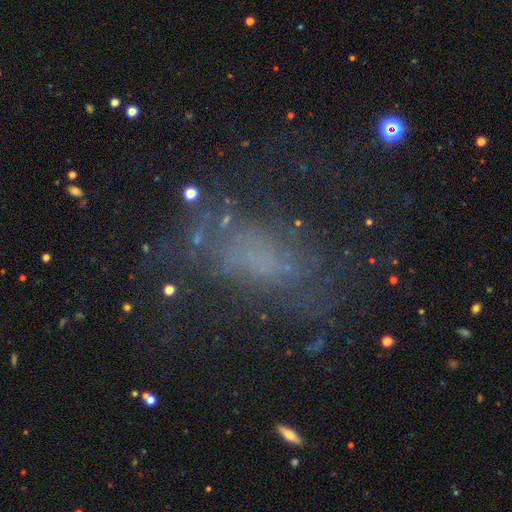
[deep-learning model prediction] A smooth galaxy with no disk features (42%).

Vote fractions:
- Smooth or featured? smooth: 42% / featured or disk: 32% / star or artifact: 26%
- Merging? none: 57% / major disturbance: 21% / minor disturbance: 19% / merger: 3%